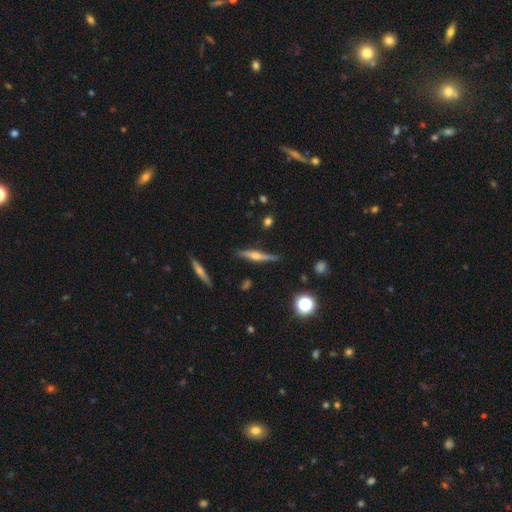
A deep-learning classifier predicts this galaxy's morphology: Q: Smooth or featured?
A: featured or disk (70%); runner-up: smooth (23%)
Q: Edge-on disk?
A: yes (96%); runner-up: no (4%)
Q: Edge-on bulge?
A: rounded (91%); runner-up: boxy (5%)
Q: Merging?
A: none (82%); runner-up: minor disturbance (14%)